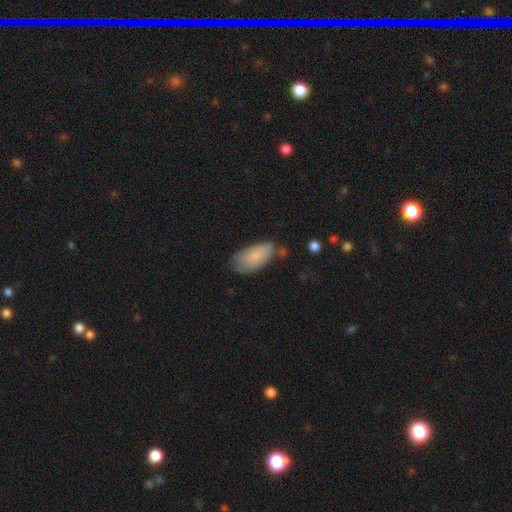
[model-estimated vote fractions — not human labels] Q: Smooth or featured?
A: smooth (79%); runner-up: featured or disk (14%)
Q: How rounded?
A: in between (93%); runner-up: cigar-shaped (4%)
Q: Merging?
A: none (52%); runner-up: minor disturbance (33%)